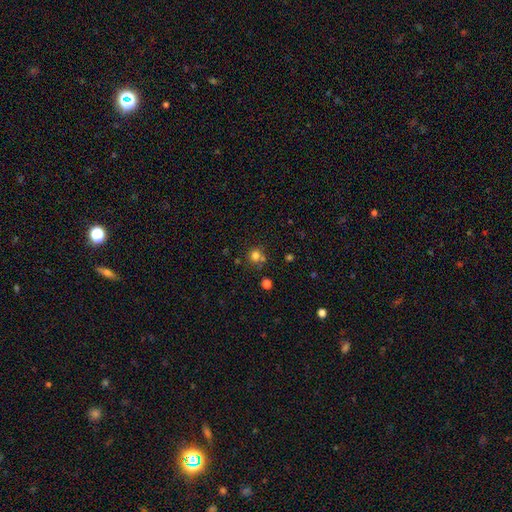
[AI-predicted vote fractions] This is likely a smooth galaxy (76%). How rounded: clearly round (88%). Merging: likely none (68%).